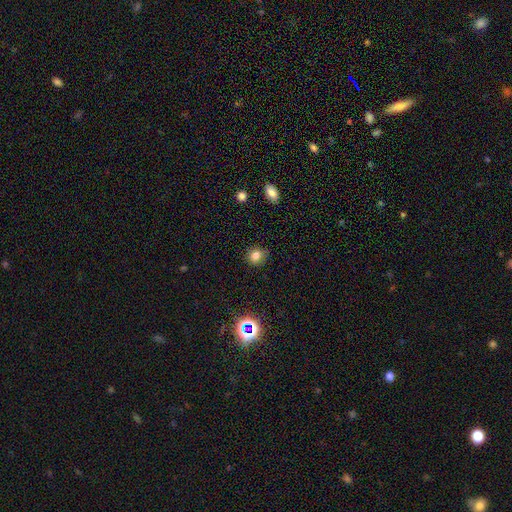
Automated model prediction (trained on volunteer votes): This is likely a smooth galaxy (80%). How rounded: likely round (73%). Merging: likely none (79%).